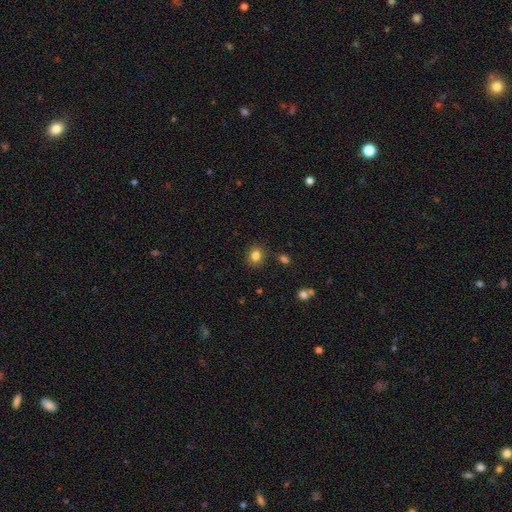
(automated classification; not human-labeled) Smooth or featured: smooth — 83% (star or artifact — 11%)
How rounded: round — 64% (in between — 35%)
Merging: none — 86% (minor disturbance — 9%)